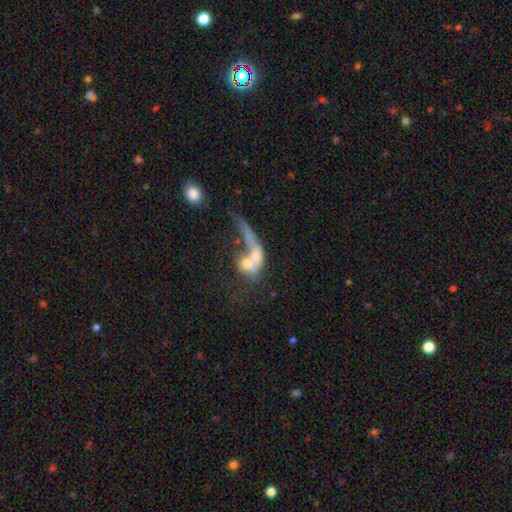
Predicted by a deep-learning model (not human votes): A smooth galaxy with no disk features (52%) that is in between round and cigar-shaped (49%). Merging: merger (67%).